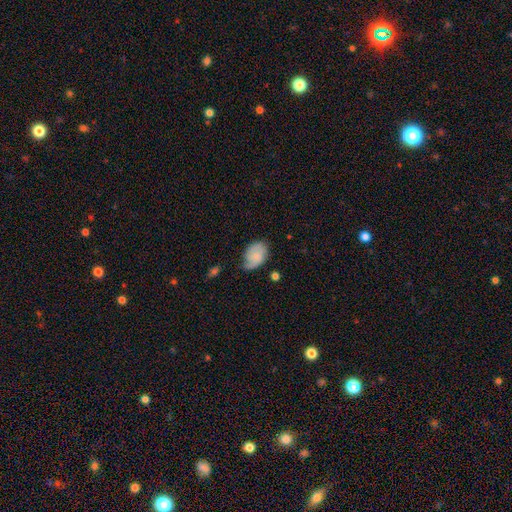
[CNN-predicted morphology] Smooth or featured? Predicted: smooth (p=0.59). How rounded? Predicted: in between (p=0.82). Merging? Predicted: none (p=0.51).